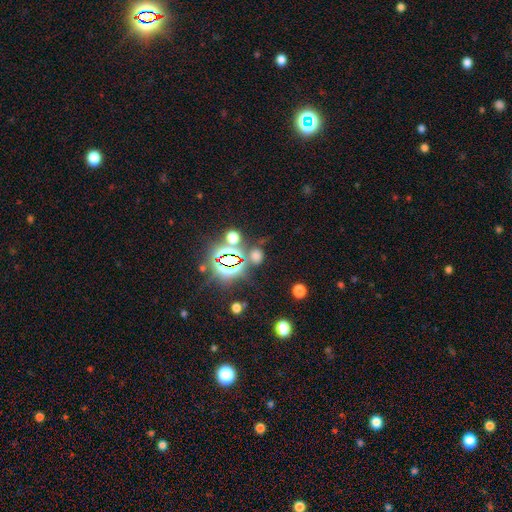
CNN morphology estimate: A star or artifact, not a galaxy (48%).